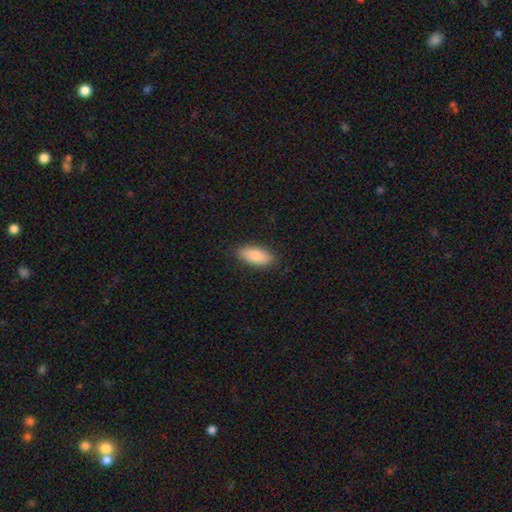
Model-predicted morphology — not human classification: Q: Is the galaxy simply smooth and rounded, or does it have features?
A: smooth — 87%.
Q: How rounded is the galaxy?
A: in between — 83%.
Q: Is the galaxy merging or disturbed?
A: none — 87%.